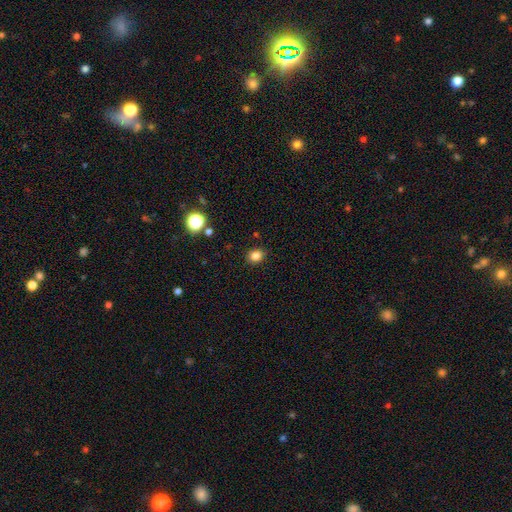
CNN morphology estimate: This is clearly a smooth galaxy (83%). How rounded: possibly round (54%). Merging: clearly none (88%).